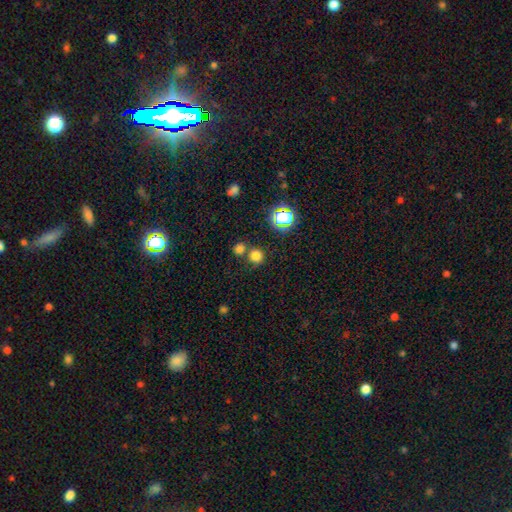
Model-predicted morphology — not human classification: A smooth galaxy with no disk features (74%) that is round (90%). Merging: none (64%).